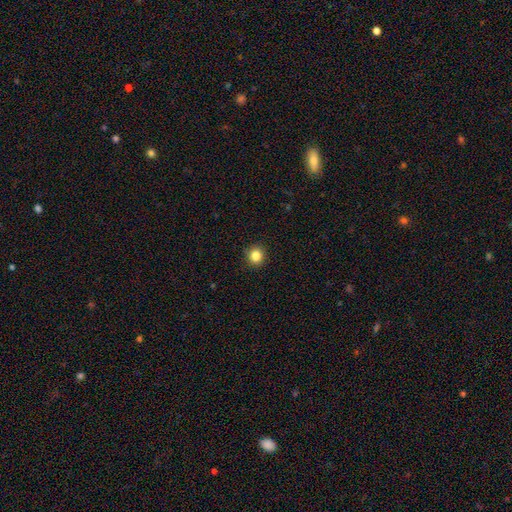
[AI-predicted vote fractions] smooth_or_featured: smooth (p=0.85) [alt: star or artifact p=0.11]
how_rounded: round (p=0.88) [alt: in between p=0.11]
merging: none (p=0.91) [alt: minor disturbance p=0.06]